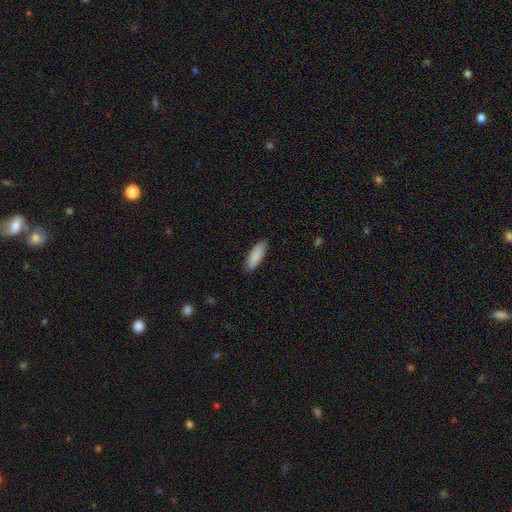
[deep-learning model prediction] Smooth or featured?
  - smooth: 89% *
  - featured or disk: 6%
  - star or artifact: 6%
How rounded?
  - in between: 56% *
  - cigar-shaped: 42%
  - round: 1%
Merging?
  - none: 88% *
  - minor disturbance: 9%
  - major disturbance: 2%
  - merger: 1%